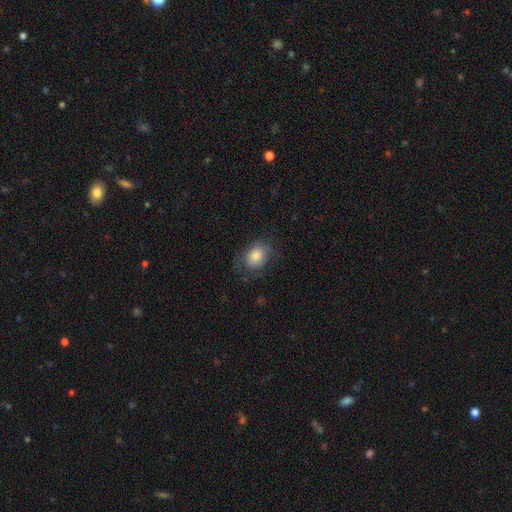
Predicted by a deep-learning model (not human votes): This is likely a smooth galaxy (78%). How rounded: likely in between (67%). Merging: likely none (69%).